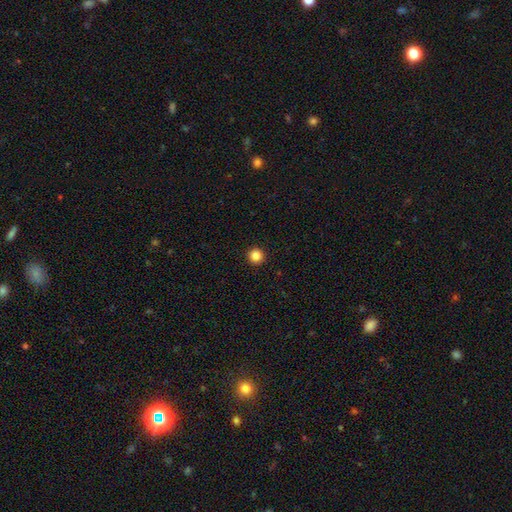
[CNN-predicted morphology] A smooth galaxy with no disk features (86%) that is round (96%).

Vote fractions:
- Smooth or featured? smooth: 86% / star or artifact: 11% / featured or disk: 4%
- How rounded? round: 96% / in between: 3% / cigar-shaped: 1%
- Merging? none: 94% / minor disturbance: 4% / major disturbance: 1% / merger: 1%